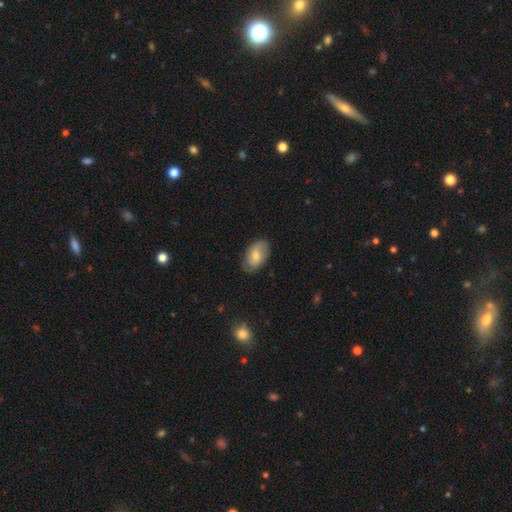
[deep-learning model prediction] This is likely a smooth galaxy (67%). How rounded: clearly in between (92%). Merging: likely none (79%).